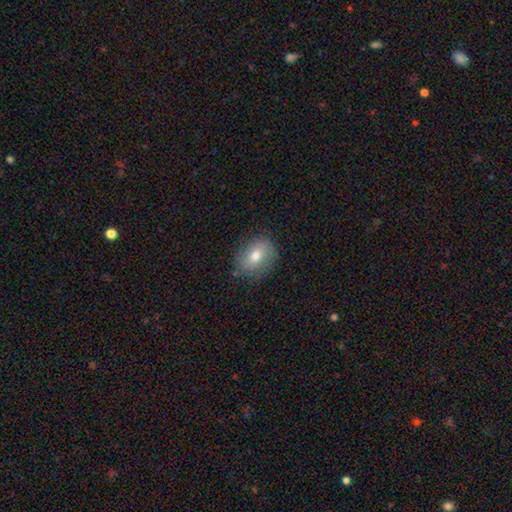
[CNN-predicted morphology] Smooth or featured? Predicted: smooth (p=0.72). How rounded? Predicted: in between (p=0.61). Merging? Predicted: none (p=0.80).